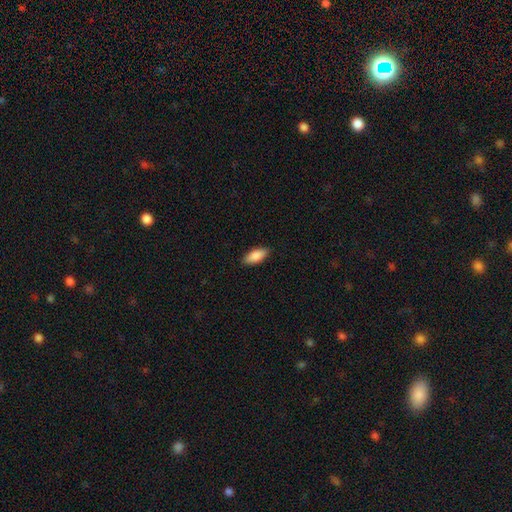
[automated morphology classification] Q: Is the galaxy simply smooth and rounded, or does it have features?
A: smooth — 86%.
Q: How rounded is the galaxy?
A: in between — 84%.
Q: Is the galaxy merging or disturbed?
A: none — 89%.